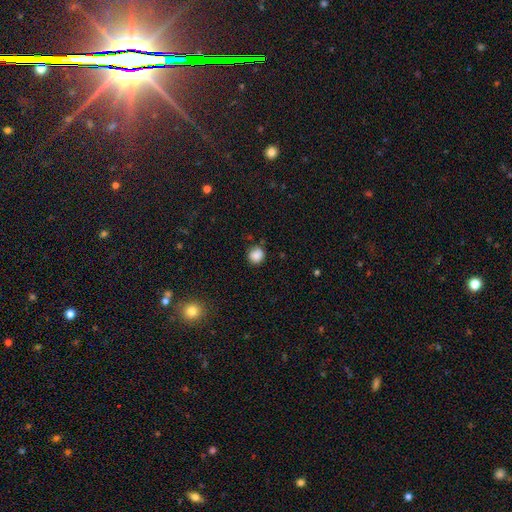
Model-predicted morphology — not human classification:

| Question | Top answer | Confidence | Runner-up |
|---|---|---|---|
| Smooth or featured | smooth | 85% | star or artifact (10%) |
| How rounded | round | 87% | in between (12%) |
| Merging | none | 82% | minor disturbance (13%) |